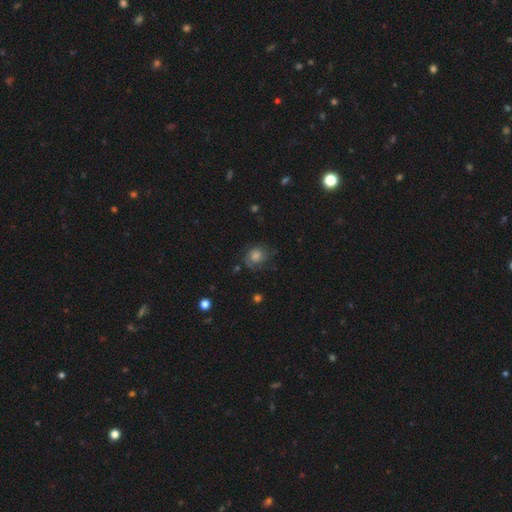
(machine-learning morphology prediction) type=featured or disk (43%); merging=none (68%).